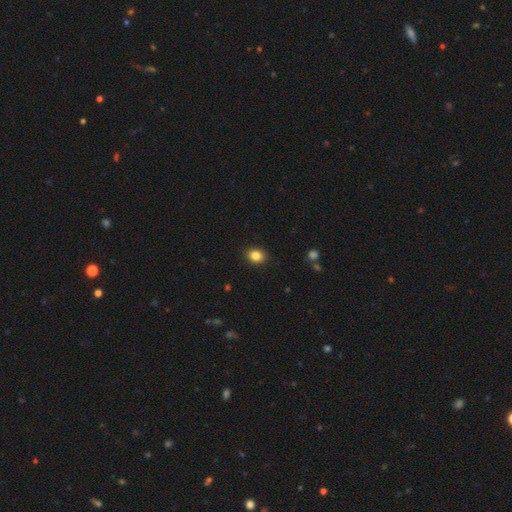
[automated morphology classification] smooth_or_featured: smooth (p=0.85) [alt: star or artifact p=0.10]
how_rounded: round (p=0.59) [alt: in between p=0.40]
merging: none (p=0.90) [alt: minor disturbance p=0.07]